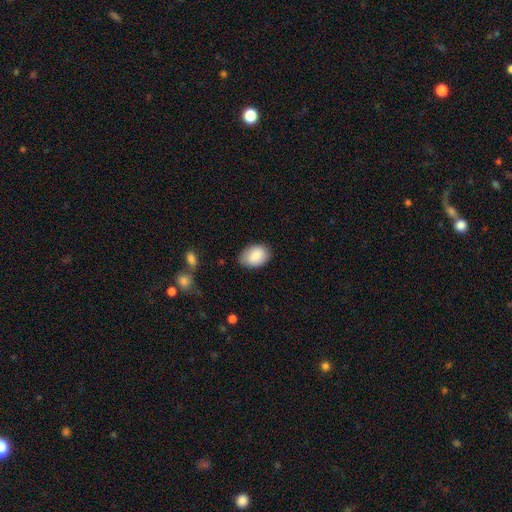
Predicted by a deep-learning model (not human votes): This is clearly a smooth galaxy (85%). How rounded: clearly in between (81%). Merging: likely none (78%).